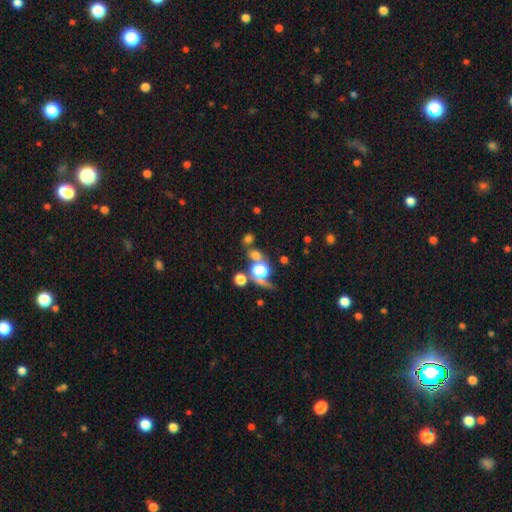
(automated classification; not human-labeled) A smooth galaxy with no disk features (58%) that is round (74%).

Vote fractions:
- Smooth or featured? smooth: 58% / star or artifact: 31% / featured or disk: 11%
- How rounded? round: 74% / in between: 24% / cigar-shaped: 2%
- Merging? none: 56% / merger: 23% / minor disturbance: 10% / major disturbance: 10%